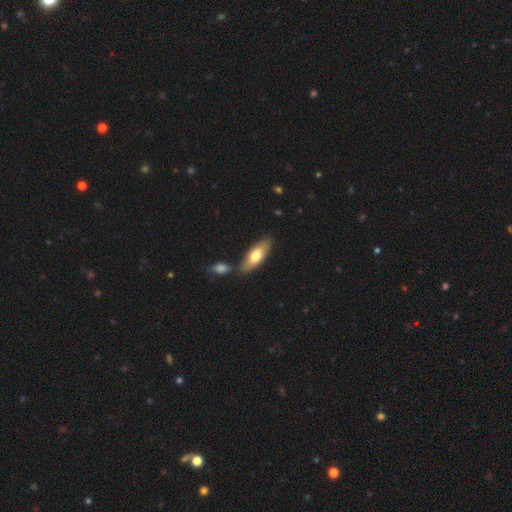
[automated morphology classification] Smooth or featured? Predicted: smooth (p=0.68). How rounded? Predicted: in between (p=0.64). Merging? Predicted: none (p=0.70).